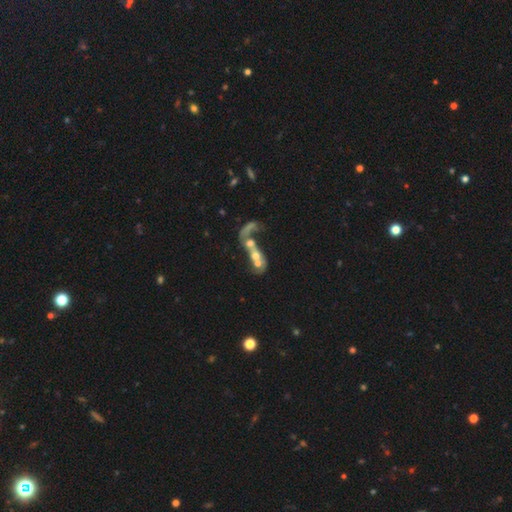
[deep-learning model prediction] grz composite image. It shows a featured or disk galaxy (50%). Merging: merger (74%).